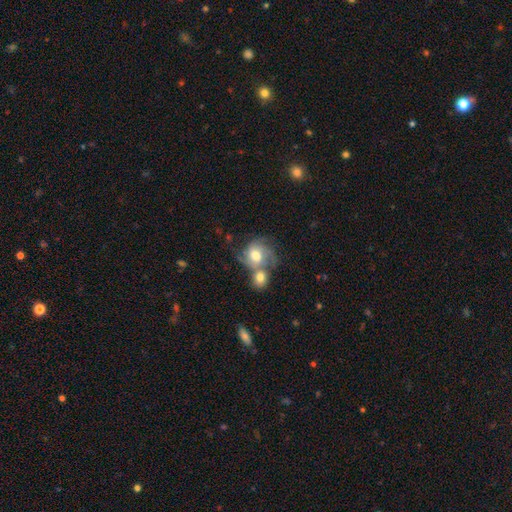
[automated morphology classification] This appears to be a featured or disk galaxy (51%). Merging: merger (51%).